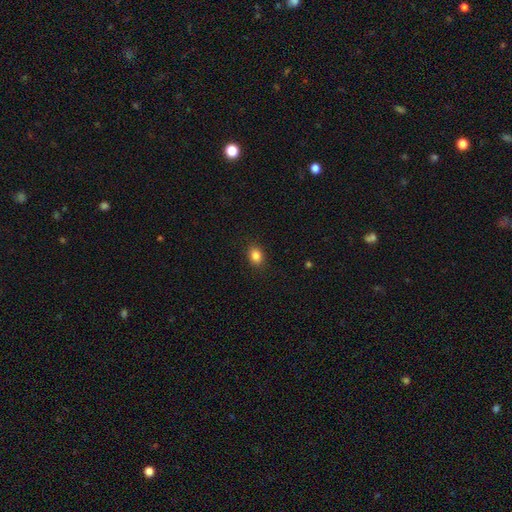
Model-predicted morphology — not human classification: Smooth or featured: smooth — 85% (star or artifact — 10%)
How rounded: in between — 61% (round — 38%)
Merging: none — 89% (minor disturbance — 8%)